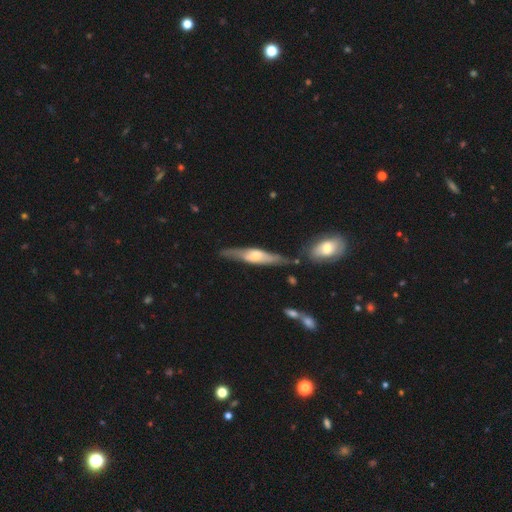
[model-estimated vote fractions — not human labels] smooth-or-featured: featured or disk: 62% | smooth: 32% | star or artifact: 6%
  disk-edge-on: yes: 83% | no: 17%
    edge-on-bulge: rounded: 72% | boxy: 20% | none: 8%
  merging: none: 70% | minor disturbance: 18% | merger: 7% | major disturbance: 6%